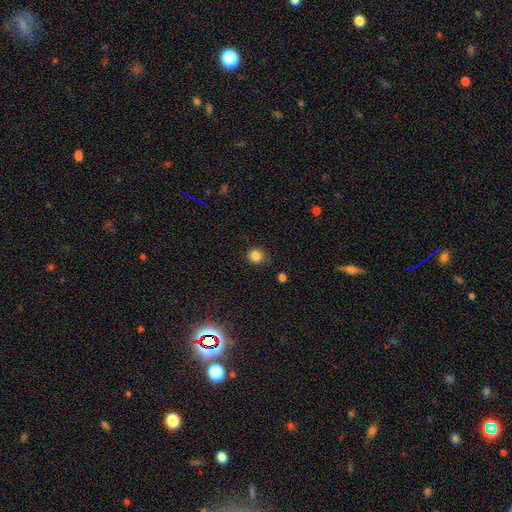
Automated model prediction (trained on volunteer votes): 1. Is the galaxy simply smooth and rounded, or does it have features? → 84% smooth, 12% star or artifact, 4% featured or disk.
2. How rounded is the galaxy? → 89% round, 10% in between, 1% cigar-shaped.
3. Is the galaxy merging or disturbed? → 84% none, 11% minor disturbance, 3% major disturbance, 2% merger.